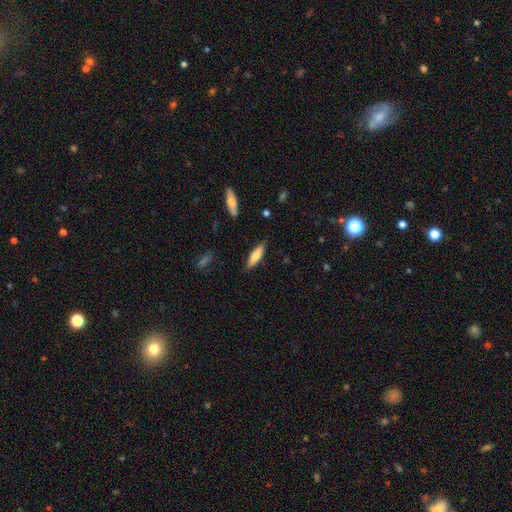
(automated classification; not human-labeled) A smooth galaxy with no disk features (74%) that is cigar-shaped (63%). Merging: none (85%).